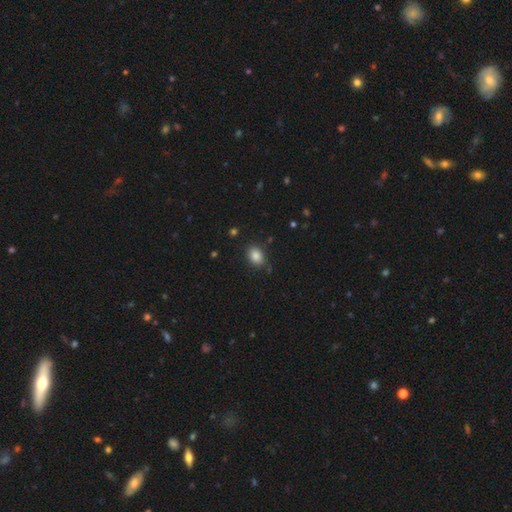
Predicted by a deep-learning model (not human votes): Smooth or featured?
  - smooth: 85% *
  - star or artifact: 10%
  - featured or disk: 6%
How rounded?
  - in between: 67% *
  - round: 32%
  - cigar-shaped: 1%
Merging?
  - none: 81% *
  - minor disturbance: 13%
  - major disturbance: 3%
  - merger: 2%